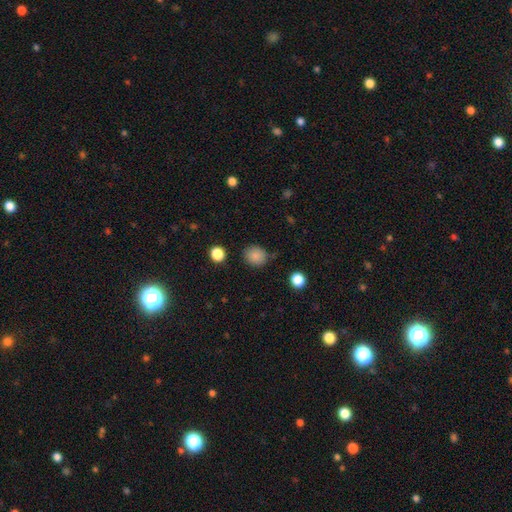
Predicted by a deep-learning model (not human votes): A smooth galaxy with no disk features (86%) that is round (77%). Merging: none (80%).